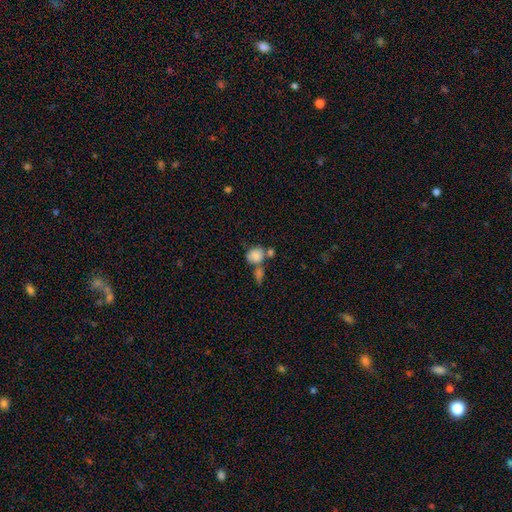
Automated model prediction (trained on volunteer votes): A smooth galaxy with no disk features (81%) that is round (67%).

Vote fractions:
- Smooth or featured? smooth: 81% / featured or disk: 10% / star or artifact: 9%
- How rounded? round: 67% / in between: 32% / cigar-shaped: 1%
- Merging? merger: 44% / none: 36% / minor disturbance: 13% / major disturbance: 7%